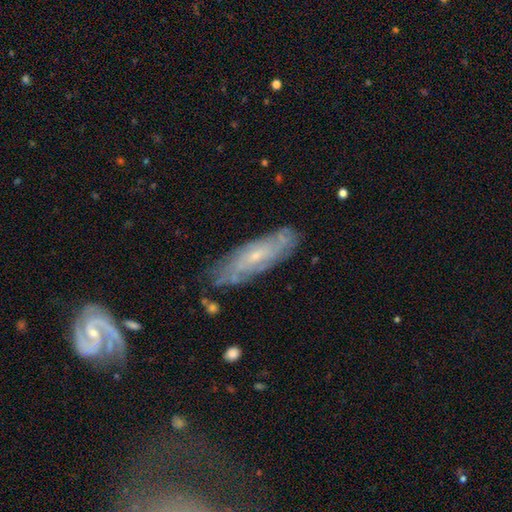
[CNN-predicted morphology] Q: Smooth or featured?
A: featured or disk (69%); runner-up: smooth (24%)
Q: Edge-on disk?
A: no (77%); runner-up: yes (23%)
Q: Bar?
A: no (68%); runner-up: weak (27%)
Q: Spiral arms?
A: yes (81%); runner-up: no (19%)
Q: Bulge size?
A: small (73%); runner-up: moderate (22%)
Q: Merging?
A: none (75%); runner-up: minor disturbance (19%)